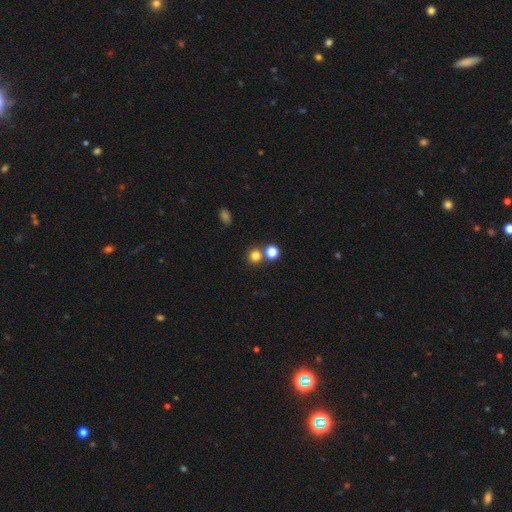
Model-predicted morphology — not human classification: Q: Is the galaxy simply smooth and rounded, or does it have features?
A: smooth — 78%.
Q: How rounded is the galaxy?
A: round — 89%.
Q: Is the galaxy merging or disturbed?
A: none — 69%.